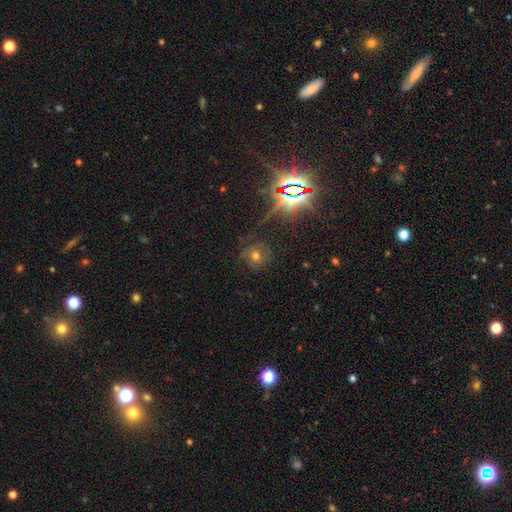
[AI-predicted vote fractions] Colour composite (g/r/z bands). It shows a smooth galaxy with no disk features (44%). Merging: none (68%).